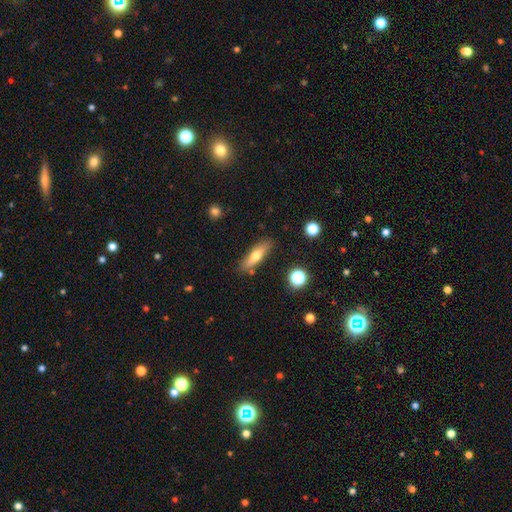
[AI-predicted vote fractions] Smooth or featured: smooth — 58% (featured or disk — 34%)
How rounded: cigar-shaped — 65% (in between — 32%)
Merging: none — 83% (minor disturbance — 11%)